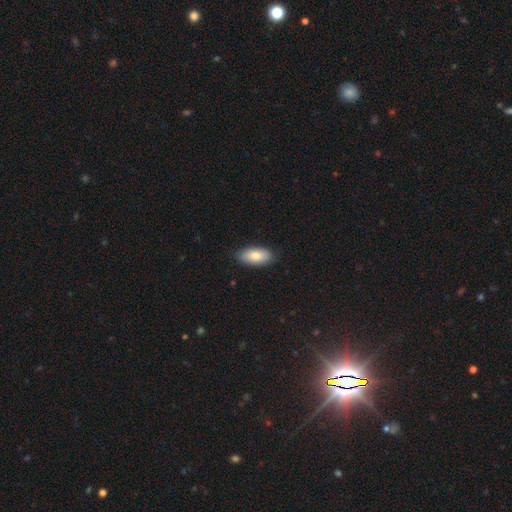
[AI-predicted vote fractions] A smooth galaxy with no disk features (81%) that is in between round and cigar-shaped (88%). Merging: none (86%).